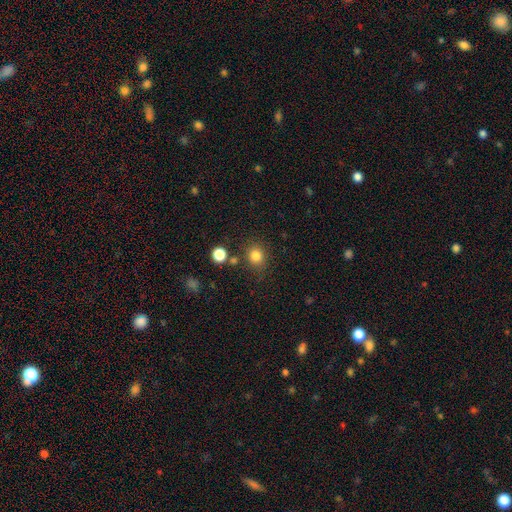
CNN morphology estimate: Q: Smooth or featured?
A: smooth (82%); runner-up: star or artifact (12%)
Q: How rounded?
A: round (73%); runner-up: in between (26%)
Q: Merging?
A: none (78%); runner-up: minor disturbance (12%)